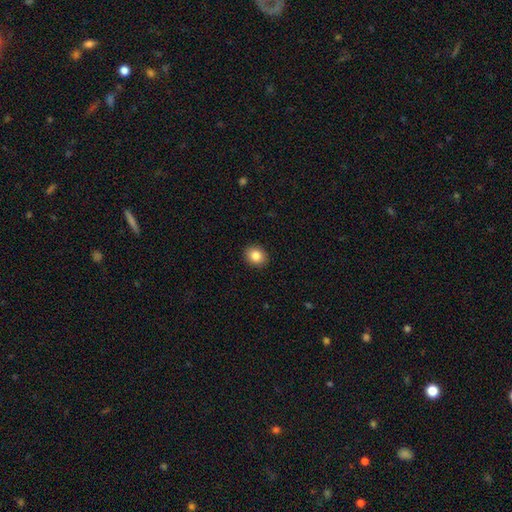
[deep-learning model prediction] A smooth galaxy with no disk features (84%) that is round (65%).

Vote fractions:
- Smooth or featured? smooth: 84% / star or artifact: 9% / featured or disk: 6%
- How rounded? round: 65% / in between: 35% / cigar-shaped: 1%
- Merging? none: 92% / minor disturbance: 6% / major disturbance: 2% / merger: 1%